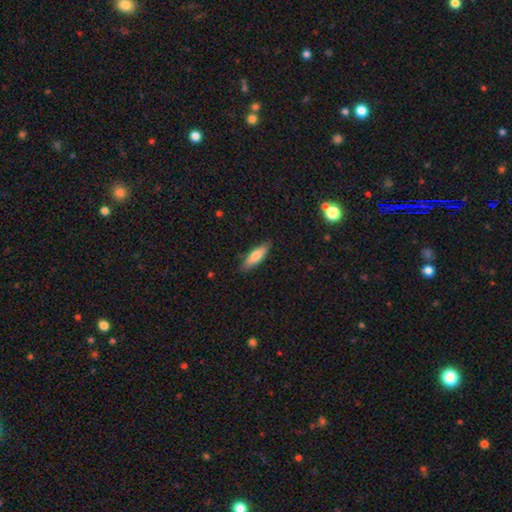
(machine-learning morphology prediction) smooth_or_featured: smooth (p=0.73) [alt: featured or disk p=0.21]
how_rounded: cigar-shaped (p=0.57) [alt: in between p=0.41]
merging: none (p=0.85) [alt: minor disturbance p=0.12]